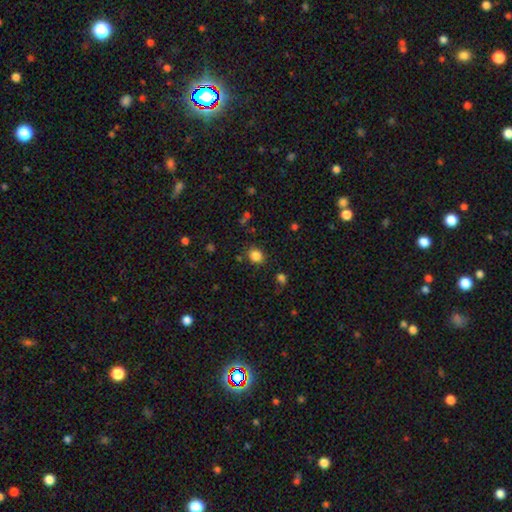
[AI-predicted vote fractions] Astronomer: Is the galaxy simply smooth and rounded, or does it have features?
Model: smooth — 84%.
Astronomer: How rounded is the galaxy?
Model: round — 64%.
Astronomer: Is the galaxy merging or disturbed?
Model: none — 83%.